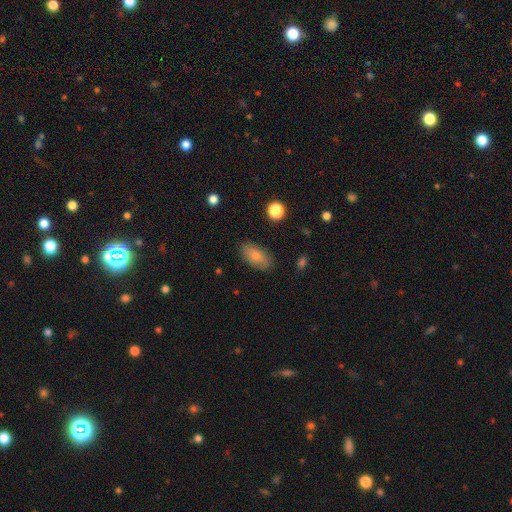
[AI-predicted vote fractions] Smooth or featured? Predicted: smooth (p=0.76). How rounded? Predicted: in between (p=0.92). Merging? Predicted: none (p=0.81).